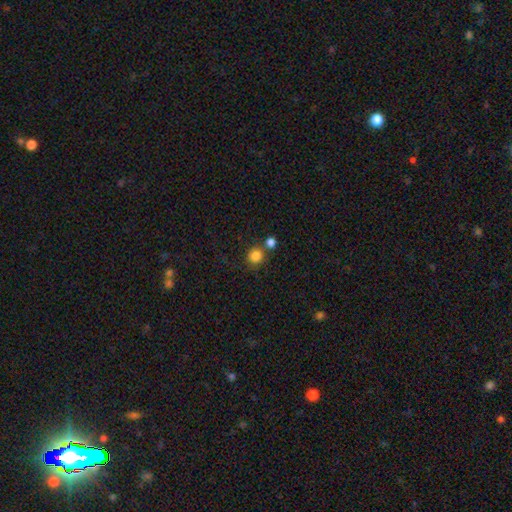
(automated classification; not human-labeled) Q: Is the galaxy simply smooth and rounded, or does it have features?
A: smooth — 83%.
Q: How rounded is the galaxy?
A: round — 90%.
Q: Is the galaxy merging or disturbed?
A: none — 69%.